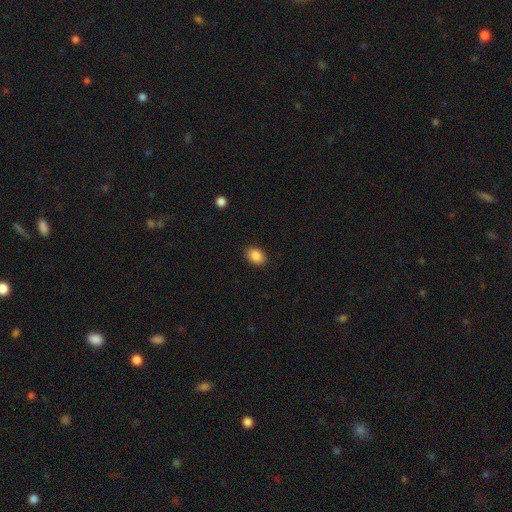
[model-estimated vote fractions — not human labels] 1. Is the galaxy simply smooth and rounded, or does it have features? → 87% smooth, 8% star or artifact, 4% featured or disk.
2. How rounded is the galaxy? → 71% in between, 28% round, 1% cigar-shaped.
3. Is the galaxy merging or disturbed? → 88% none, 9% minor disturbance, 2% major disturbance, 1% merger.